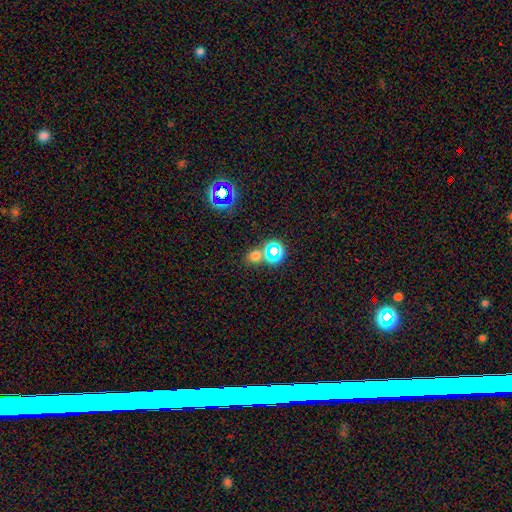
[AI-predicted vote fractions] smooth 57%, star or artifact 36%, featured or disk 7%. Down the decision tree: how rounded — round (76%); merging — none (65%).